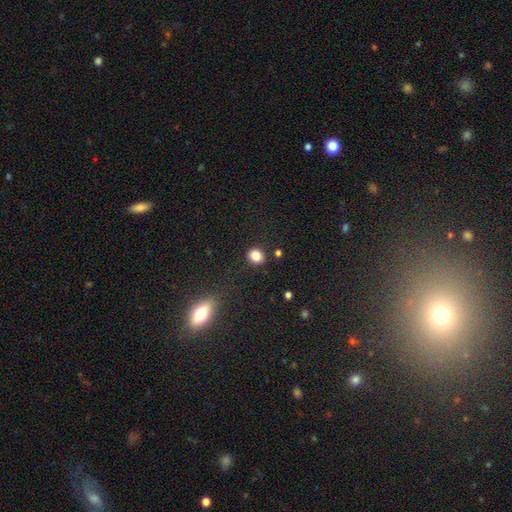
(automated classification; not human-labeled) smooth_or_featured: smooth (p=0.84) [alt: star or artifact p=0.11]
how_rounded: round (p=0.75) [alt: in between p=0.24]
merging: none (p=0.88) [alt: minor disturbance p=0.07]